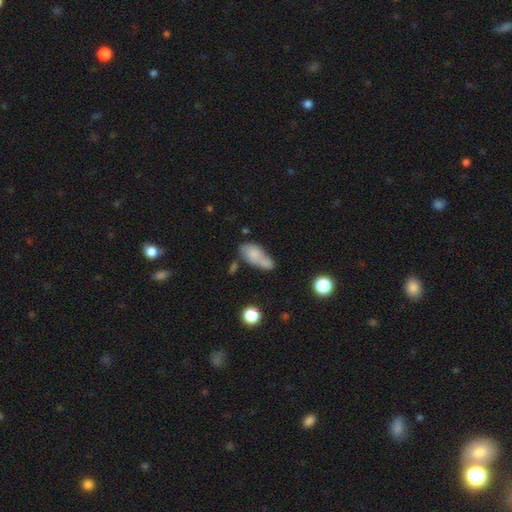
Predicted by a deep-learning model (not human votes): This is likely a smooth galaxy (71%). How rounded: clearly in between (82%). Merging: marginally merger (34%).